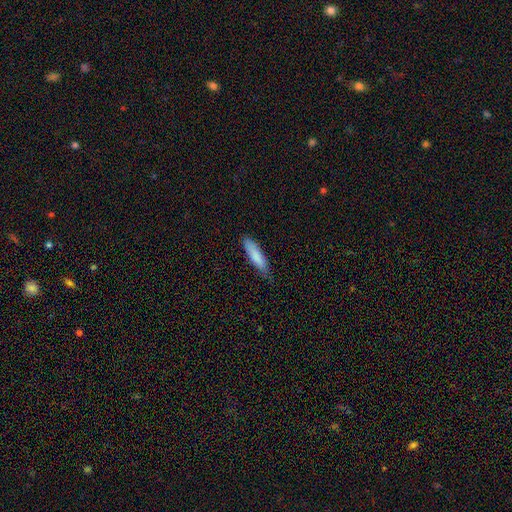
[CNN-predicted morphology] Overall: smooth (84%). How rounded: cigar-shaped (68%; in between 31%). Merging: none (76%).